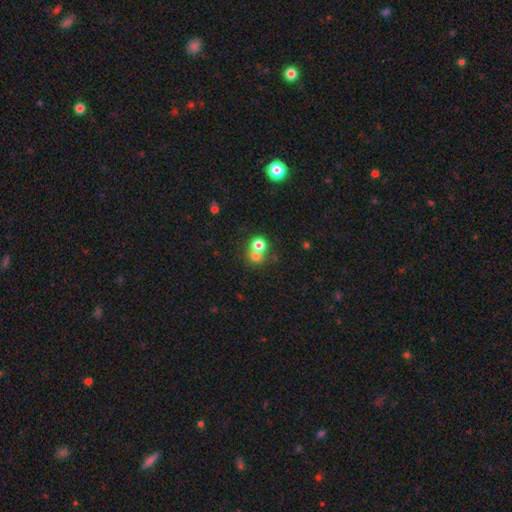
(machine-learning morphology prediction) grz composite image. It shows a smooth galaxy with no disk features (72%) that is round (77%). Merging: merger (53%).